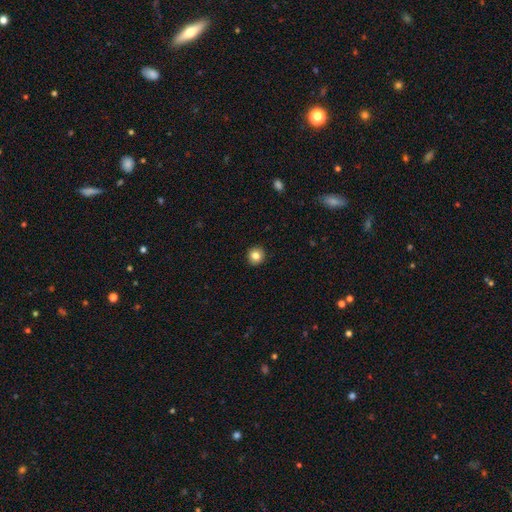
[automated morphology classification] This appears to be a smooth galaxy with no disk features (83%) that is round (94%). Merging: none (93%).